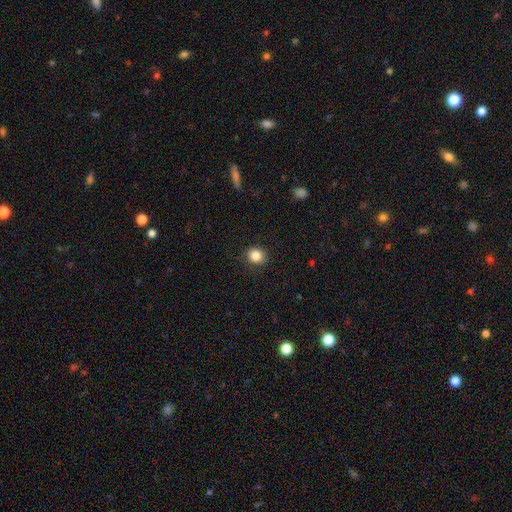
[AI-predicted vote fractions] Smooth or featured: smooth — 86% (star or artifact — 10%)
How rounded: round — 83% (in between — 16%)
Merging: none — 88% (minor disturbance — 9%)